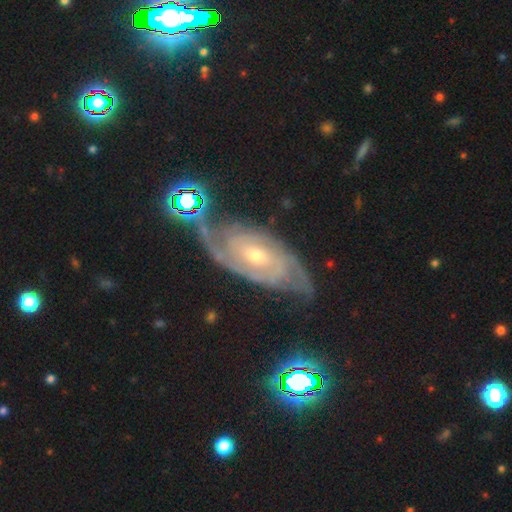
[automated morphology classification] The model was most divided on "bulge size": moderate: 49%, small: 46%, large: 2%, none: 1%, dominant: 1%. Remaining: spiral arms — yes (98%); edge-on disk — no (95%); smooth or featured — featured or disk (87%); merging — none (69%); spiral winding — tight (66%); bar — no (54%); spiral arm count — 2 (50%).